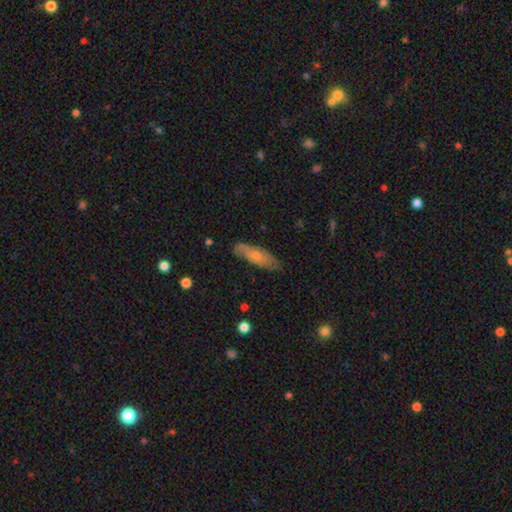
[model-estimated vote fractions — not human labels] A smooth galaxy with no disk features (61%) that is in between round and cigar-shaped (53%). Merging: none (75%).